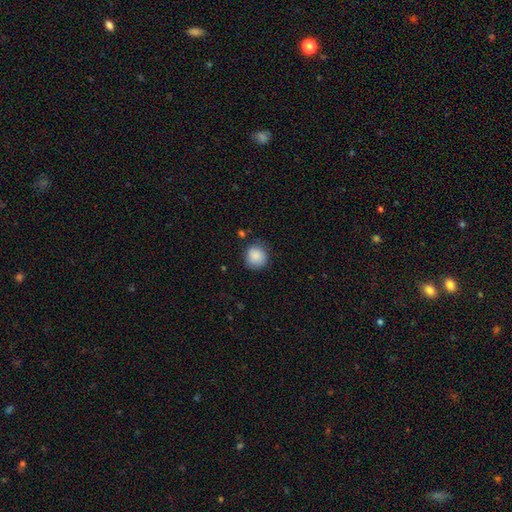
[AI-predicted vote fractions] A smooth galaxy with no disk features (88%) that is round (88%). Merging: none (78%).